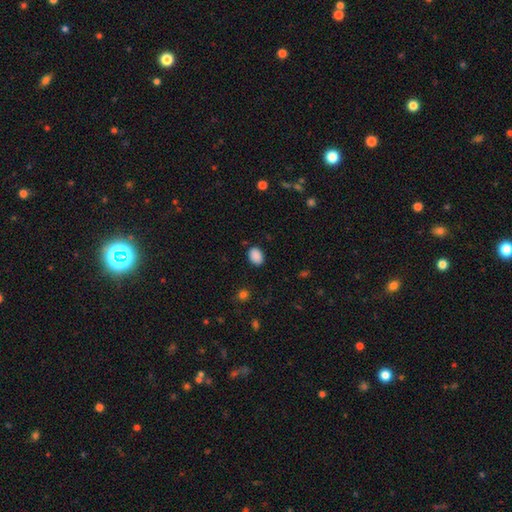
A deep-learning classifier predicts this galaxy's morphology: The model was most divided on "how rounded": in between: 77%, round: 22%, cigar-shaped: 1%. More confident: smooth or featured — smooth (89%); merging — none (85%).